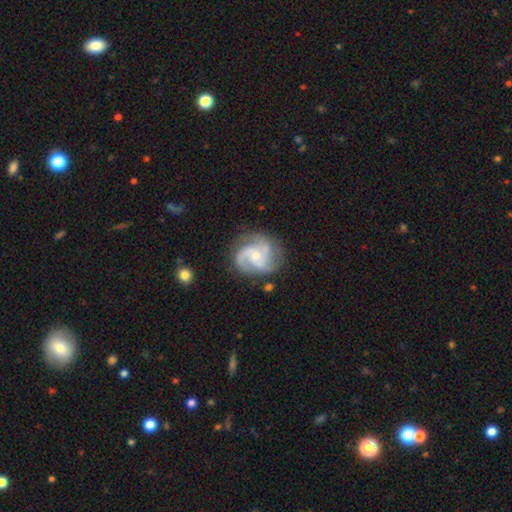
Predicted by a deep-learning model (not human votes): The model was most divided on "spiral winding": medium: 53%, tight: 33%, loose: 13%. More confident: edge-on disk — no (98%); spiral arms — yes (98%); smooth or featured — featured or disk (88%); merging — none (72%); bar — no (65%); bulge size — small (62%); spiral arm count — 3 (54%).